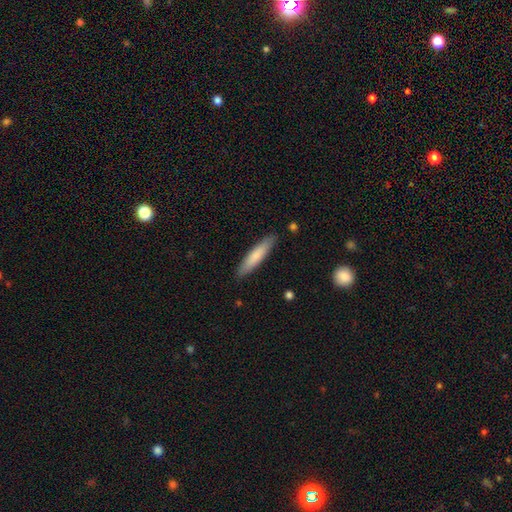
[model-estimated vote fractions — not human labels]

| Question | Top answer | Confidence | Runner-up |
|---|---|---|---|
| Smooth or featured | smooth | 78% | featured or disk (17%) |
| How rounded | cigar-shaped | 86% | in between (13%) |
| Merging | none | 89% | minor disturbance (9%) |